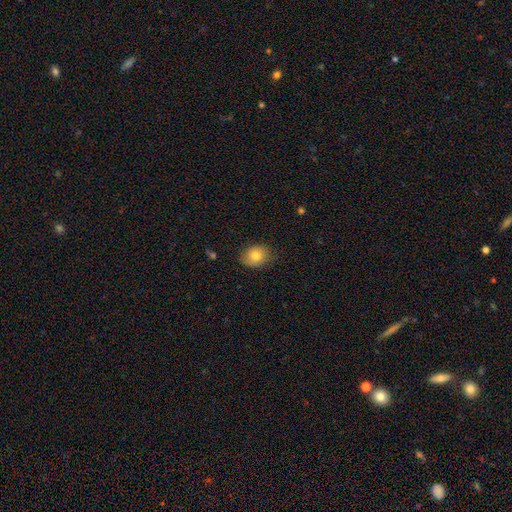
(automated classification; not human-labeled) smooth 79%, featured or disk 11%, star or artifact 9%. Down the decision tree: how rounded — in between (54%); merging — none (79%).